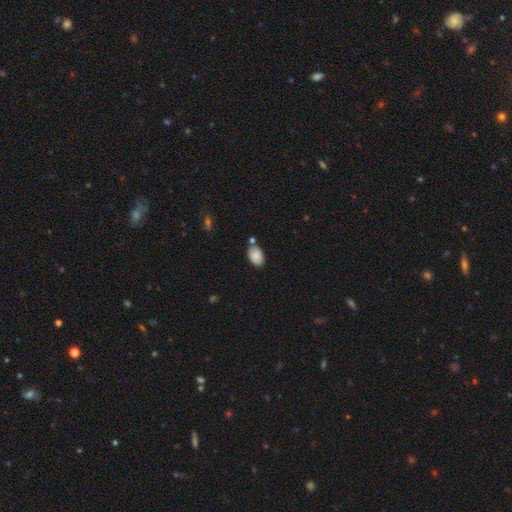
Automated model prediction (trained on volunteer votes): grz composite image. It shows a smooth galaxy with no disk features (87%) that is in between round and cigar-shaped (89%). Merging: none (70%).